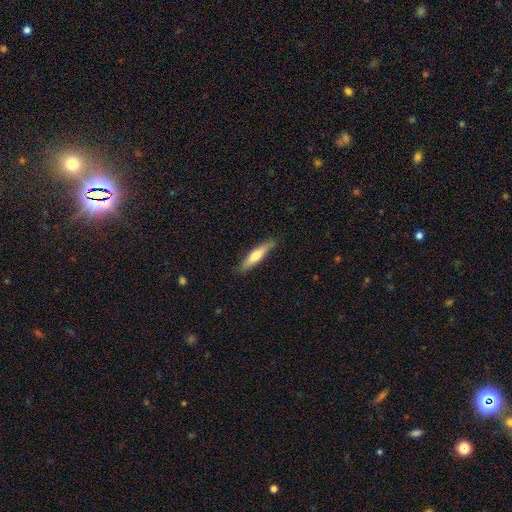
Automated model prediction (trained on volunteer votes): Morphology: type=smooth (58%); roundness=cigar-shaped (84%); merging=none (84%).